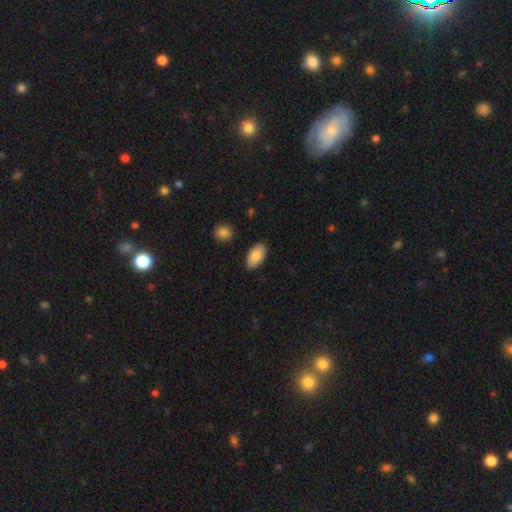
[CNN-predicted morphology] Overall: smooth (85%). How rounded: in between (95%). Merging: none (87%).